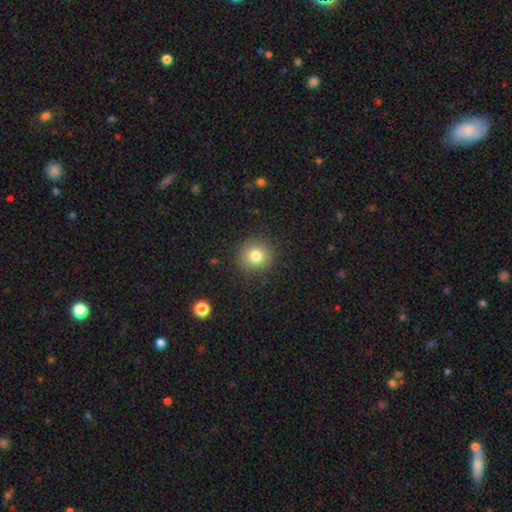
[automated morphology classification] The model was most divided on "smooth or featured": smooth: 79%, star or artifact: 11%, featured or disk: 10%. More confident: how rounded — round (91%); merging — none (88%).